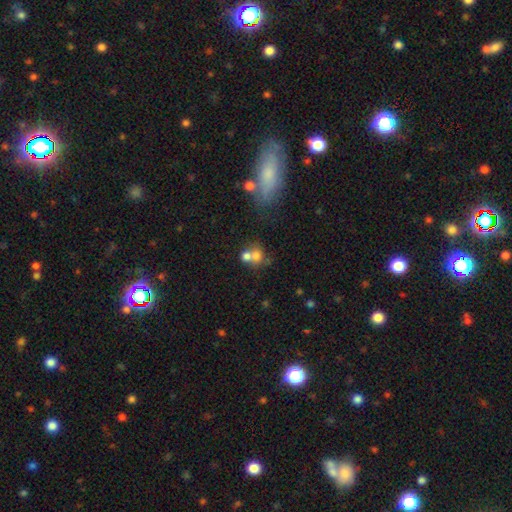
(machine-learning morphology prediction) This appears to be a smooth galaxy with no disk features (67%) that is round (69%). Merging: merger (57%).